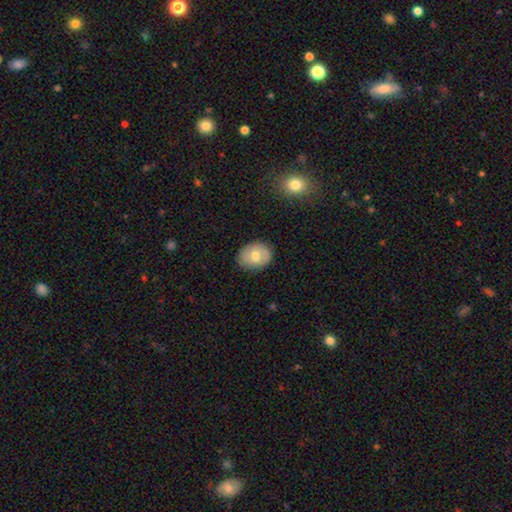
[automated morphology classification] type=smooth (65%); roundness=in between (58%); merging=none (83%).